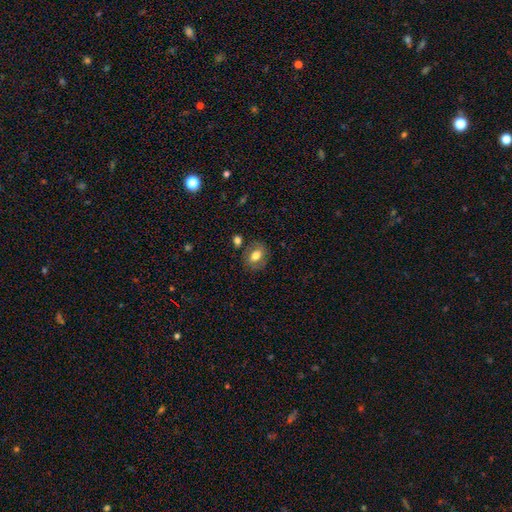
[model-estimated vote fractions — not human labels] Smooth or featured? Predicted: smooth (p=0.66). How rounded? Predicted: in between (p=0.61). Merging? Predicted: none (p=0.74).